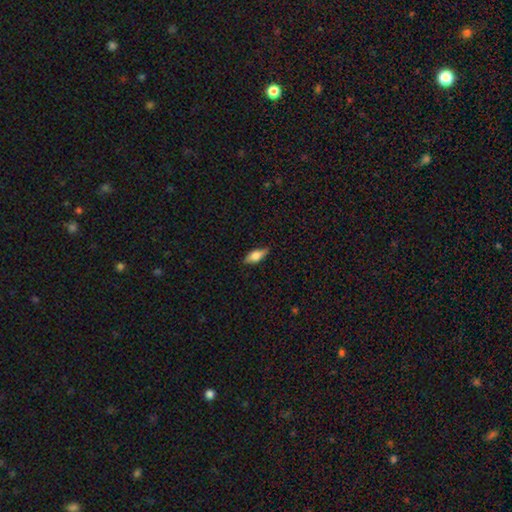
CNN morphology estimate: This appears to be a smooth galaxy with no disk features (66%) that is in between round and cigar-shaped (71%). Merging: none (83%).